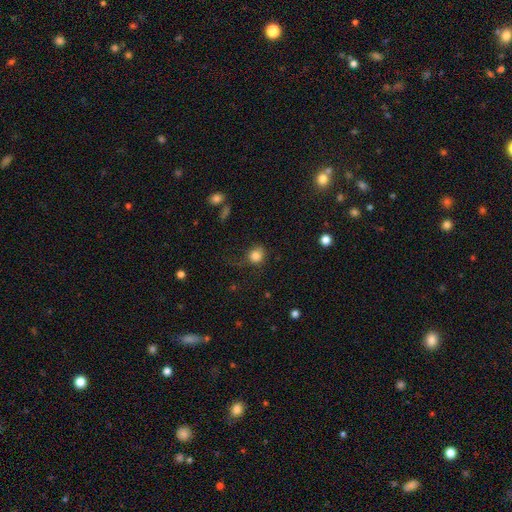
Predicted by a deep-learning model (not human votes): smooth_or_featured: smooth (p=0.83) [alt: star or artifact p=0.11]
how_rounded: round (p=0.77) [alt: in between p=0.22]
merging: none (p=0.64) [alt: minor disturbance p=0.22]